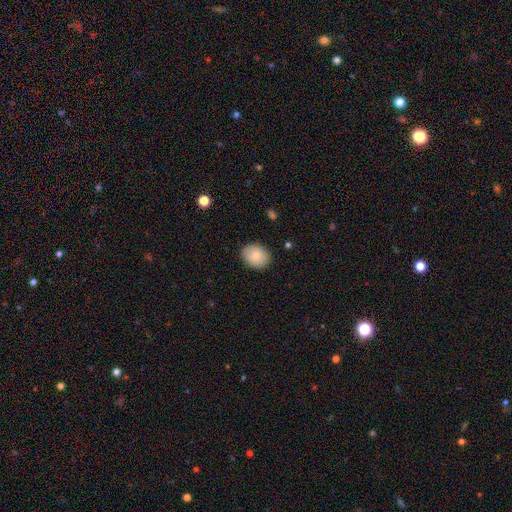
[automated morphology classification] A smooth galaxy with no disk features (80%) that is in between round and cigar-shaped (54%).

Vote fractions:
- Smooth or featured? smooth: 80% / featured or disk: 12% / star or artifact: 7%
- How rounded? in between: 54% / round: 45% / cigar-shaped: 1%
- Merging? none: 86% / minor disturbance: 10% / major disturbance: 2% / merger: 1%